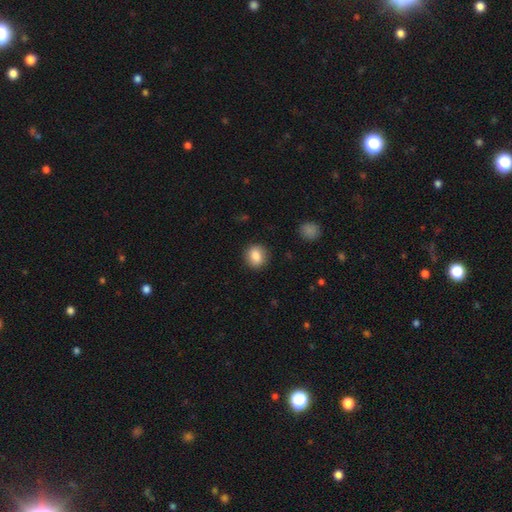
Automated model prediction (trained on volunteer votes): Morphology: type=smooth (84%); roundness=round (76%); merging=none (89%).